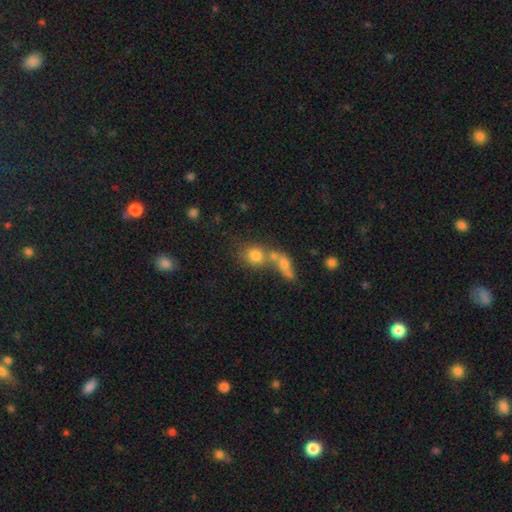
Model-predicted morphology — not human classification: Overall: smooth (76%). How rounded: round (73%). Merging: merger (43%; none 42%).